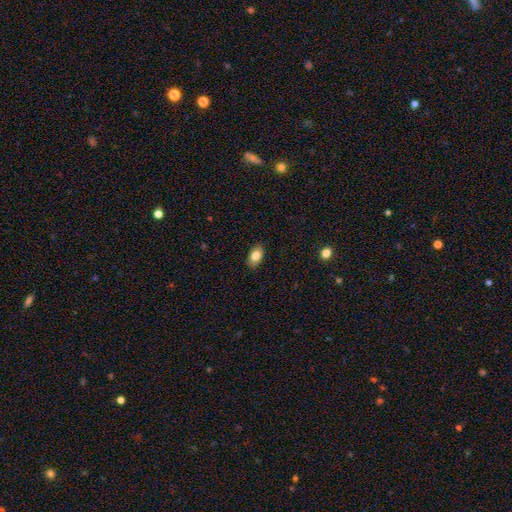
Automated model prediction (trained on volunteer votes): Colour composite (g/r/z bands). It shows a smooth galaxy with no disk features (82%) that is in between round and cigar-shaped (90%). Merging: none (88%).